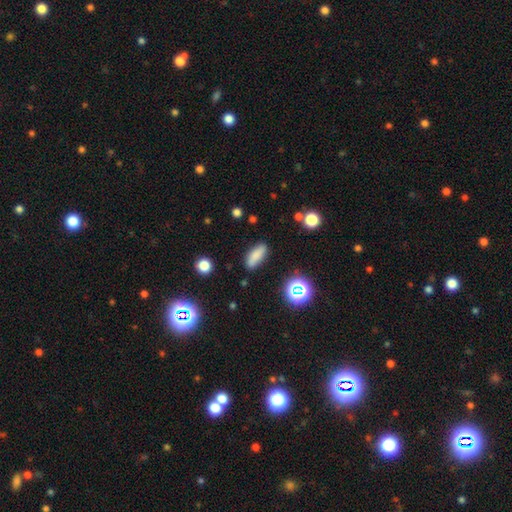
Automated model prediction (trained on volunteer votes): A smooth galaxy with no disk features (79%) that is in between round and cigar-shaped (65%).

Vote fractions:
- Smooth or featured? smooth: 79% / star or artifact: 11% / featured or disk: 10%
- How rounded? in between: 65% / cigar-shaped: 31% / round: 4%
- Merging? none: 84% / minor disturbance: 11% / major disturbance: 3% / merger: 2%